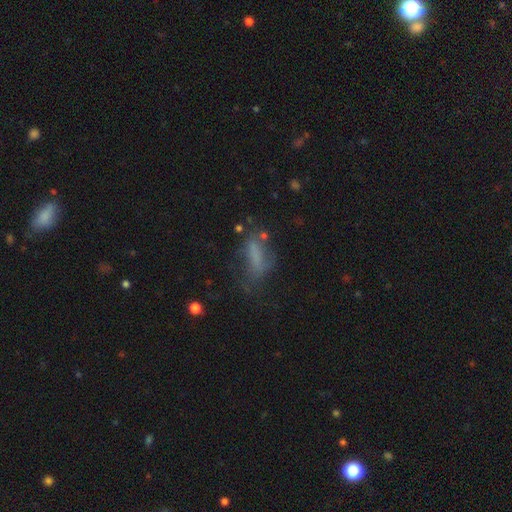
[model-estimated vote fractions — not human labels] Morphology: type=smooth (55%); roundness=in between (64%); merging=none (38%).